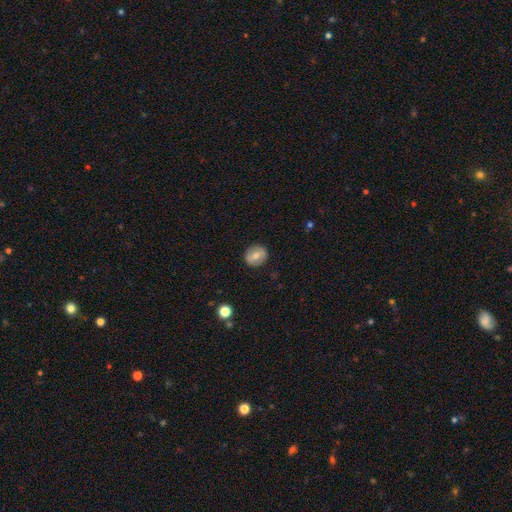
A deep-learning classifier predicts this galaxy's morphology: type=smooth (62%); roundness=round (69%); merging=none (88%).